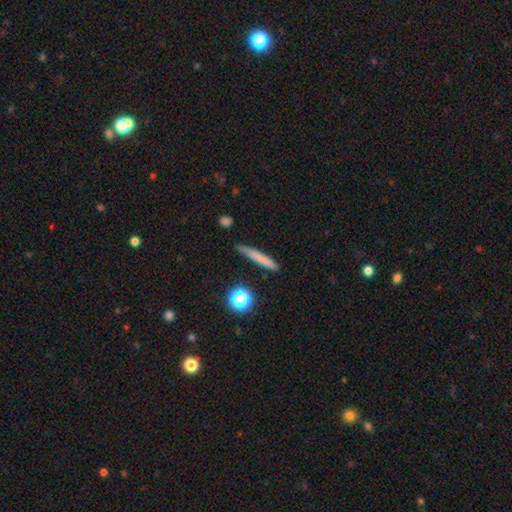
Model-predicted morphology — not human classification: Q: Smooth or featured?
A: smooth (68%); runner-up: featured or disk (23%)
Q: How rounded?
A: cigar-shaped (94%); runner-up: in between (3%)
Q: Merging?
A: none (87%); runner-up: minor disturbance (9%)